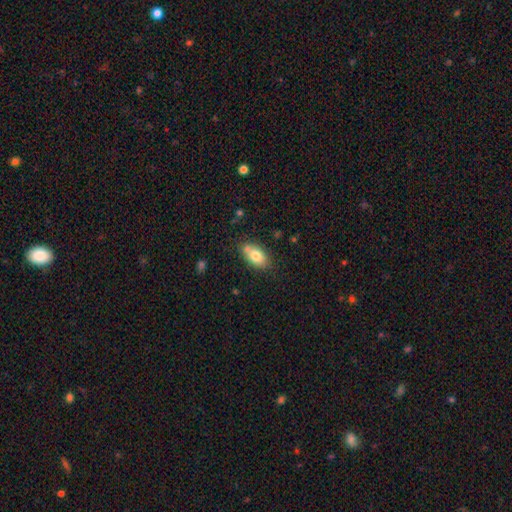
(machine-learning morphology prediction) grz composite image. It shows a smooth galaxy with no disk features (77%) that is in between round and cigar-shaped (89%). Merging: none (67%).